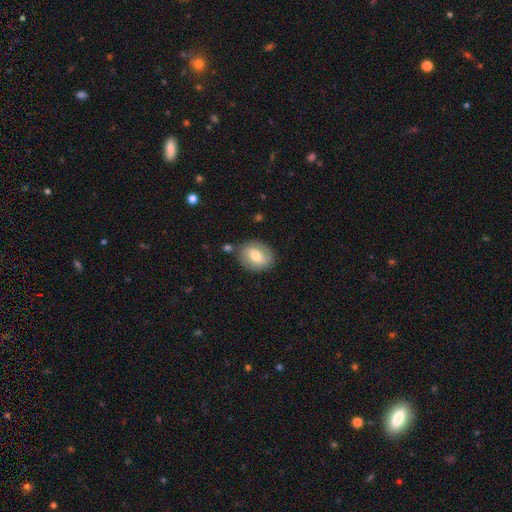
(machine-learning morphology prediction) Smooth or featured: smooth — 64% (featured or disk — 29%)
How rounded: in between — 59% (round — 40%)
Merging: none — 77% (minor disturbance — 14%)